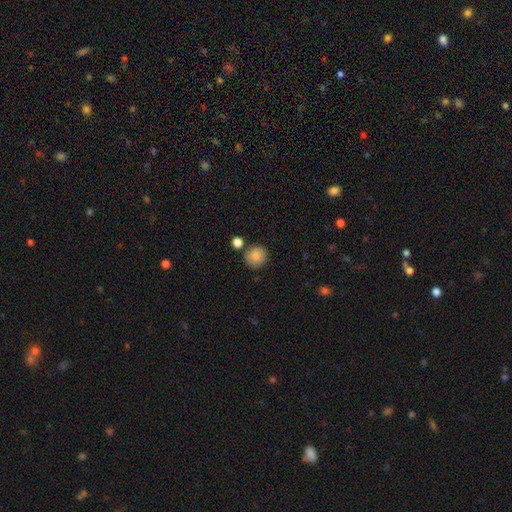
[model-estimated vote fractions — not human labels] Q: Smooth or featured?
A: smooth (86%); runner-up: star or artifact (8%)
Q: How rounded?
A: round (89%); runner-up: in between (10%)
Q: Merging?
A: none (77%); runner-up: minor disturbance (11%)